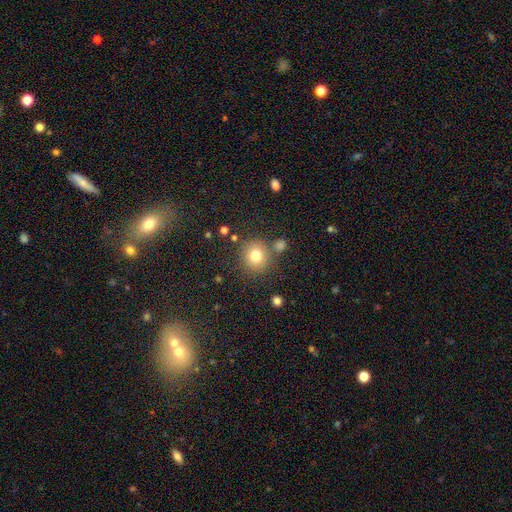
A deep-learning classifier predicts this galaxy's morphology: Smooth or featured?
  - smooth: 78% *
  - star or artifact: 13%
  - featured or disk: 9%
How rounded?
  - round: 90% *
  - in between: 9%
  - cigar-shaped: 1%
Merging?
  - none: 78% *
  - minor disturbance: 9%
  - merger: 9%
  - major disturbance: 4%